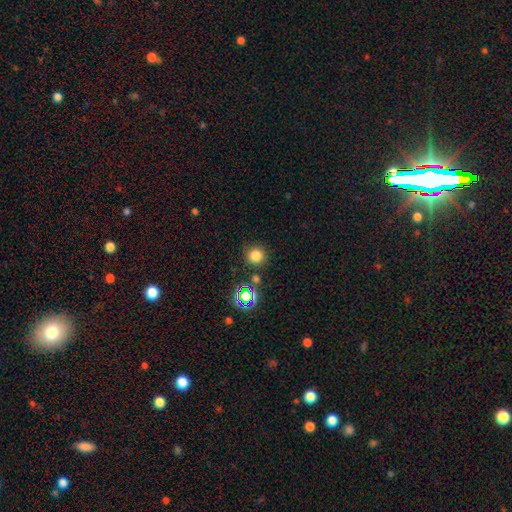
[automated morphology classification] This appears to be a smooth galaxy with no disk features (76%) that is round (94%). Merging: none (85%).